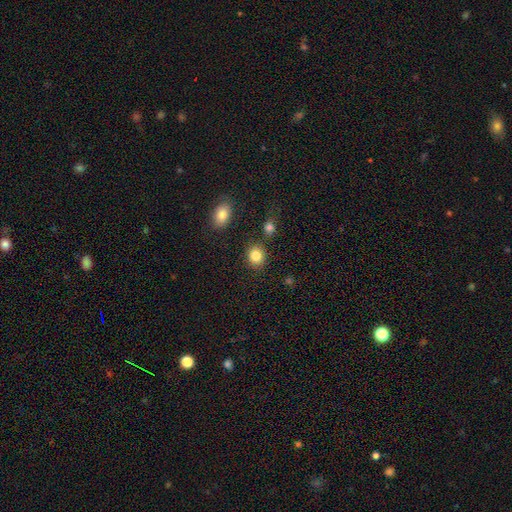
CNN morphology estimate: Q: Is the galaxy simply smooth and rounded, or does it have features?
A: smooth — 84%.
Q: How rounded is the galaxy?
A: round — 66%.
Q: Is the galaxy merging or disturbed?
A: none — 80%.